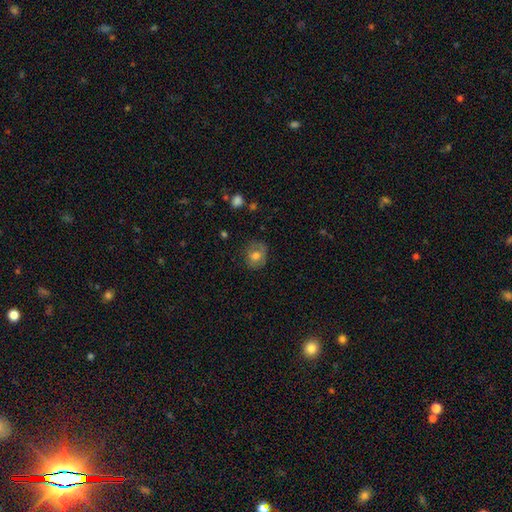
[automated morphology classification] Smooth or featured?
  - smooth: 67% *
  - featured or disk: 24%
  - star or artifact: 9%
How rounded?
  - round: 66% *
  - in between: 33%
  - cigar-shaped: 1%
Merging?
  - none: 69% *
  - minor disturbance: 22%
  - major disturbance: 8%
  - merger: 2%